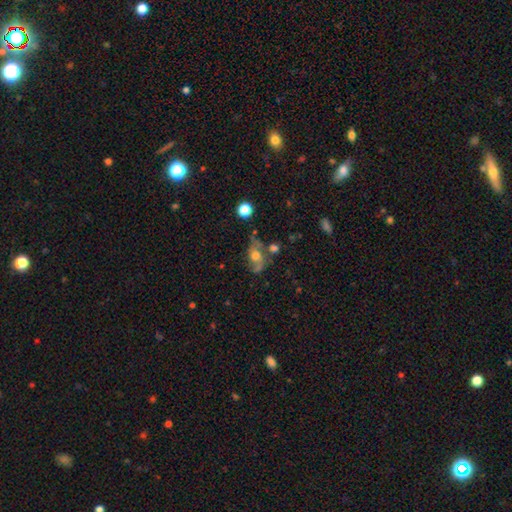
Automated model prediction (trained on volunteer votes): Morphology: type=featured or disk (49%); merging=none (49%).